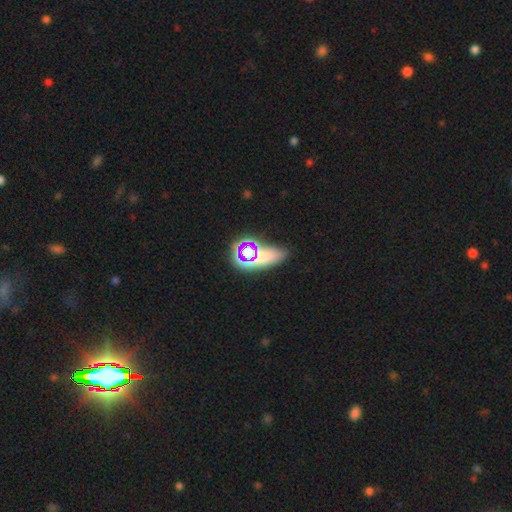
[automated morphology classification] smooth_or_featured: star or artifact (p=0.43) [alt: smooth p=0.41]